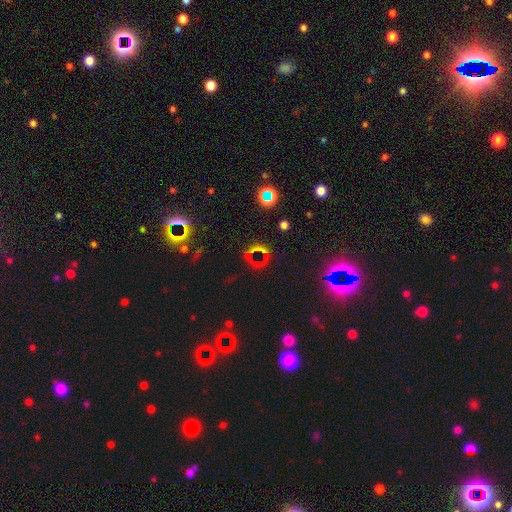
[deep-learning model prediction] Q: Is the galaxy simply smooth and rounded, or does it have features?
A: star or artifact — 65%.